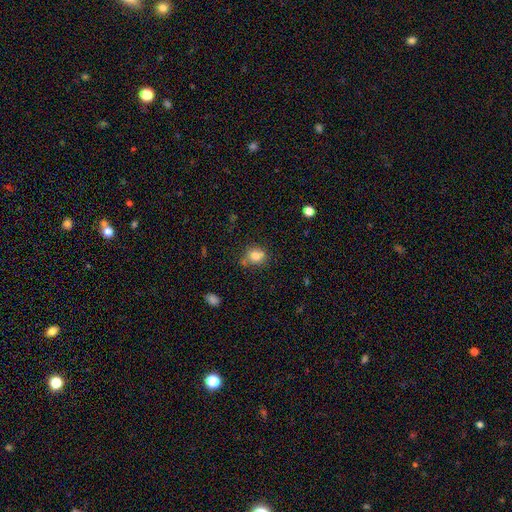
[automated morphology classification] This appears to be a smooth galaxy with no disk features (79%) that is round (72%). Merging: none (65%).